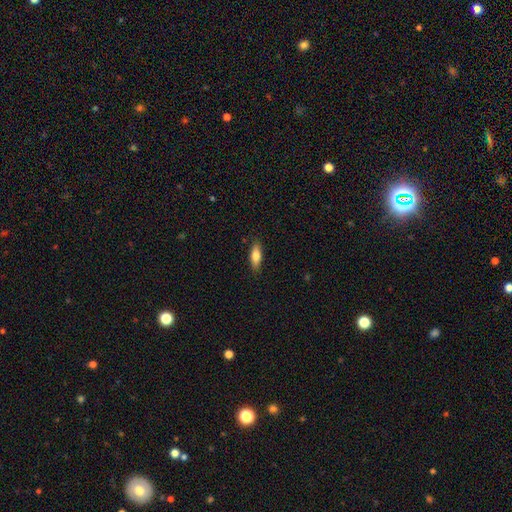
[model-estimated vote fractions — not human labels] smooth-or-featured: smooth: 74% | featured or disk: 20% | star or artifact: 7%
  how-rounded: in between: 58% | cigar-shaped: 40% | round: 2%
  merging: none: 86% | minor disturbance: 10% | major disturbance: 2% | merger: 1%